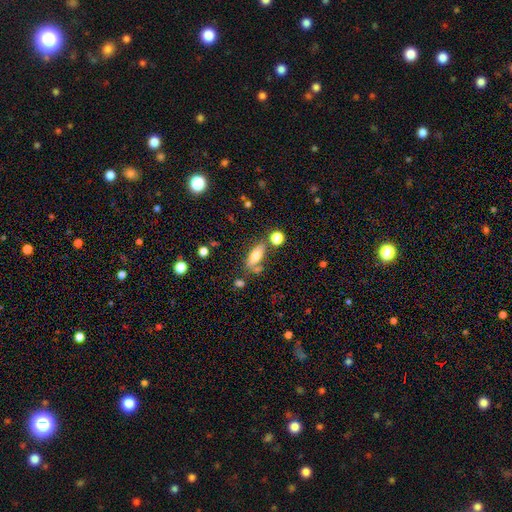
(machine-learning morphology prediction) smooth 67%, featured or disk 24%, star or artifact 9%. Down the decision tree: how rounded — in between (78%); merging — none (57%).